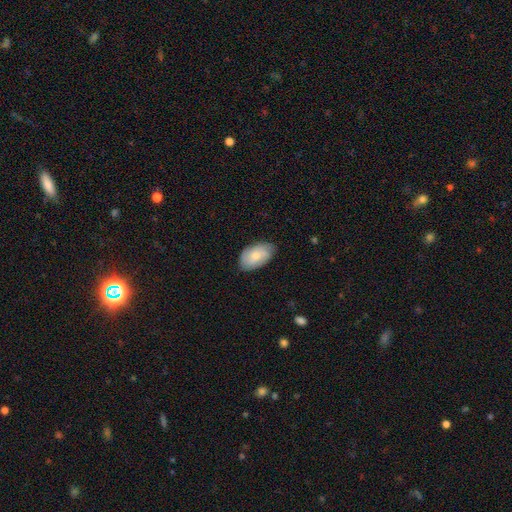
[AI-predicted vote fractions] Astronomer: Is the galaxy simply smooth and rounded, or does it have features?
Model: smooth — 70%.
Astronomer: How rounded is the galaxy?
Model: in between — 94%.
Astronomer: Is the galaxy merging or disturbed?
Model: none — 76%.